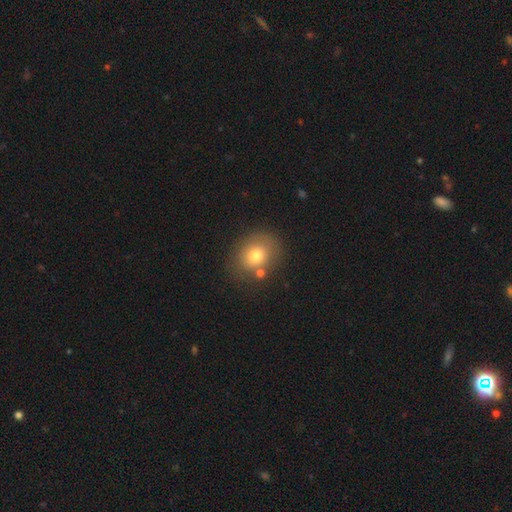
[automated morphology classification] A smooth galaxy with no disk features (75%) that is round (54%).

Vote fractions:
- Smooth or featured? smooth: 75% / featured or disk: 14% / star or artifact: 11%
- How rounded? round: 54% / in between: 45% / cigar-shaped: 1%
- Merging? none: 74% / minor disturbance: 13% / merger: 9% / major disturbance: 4%